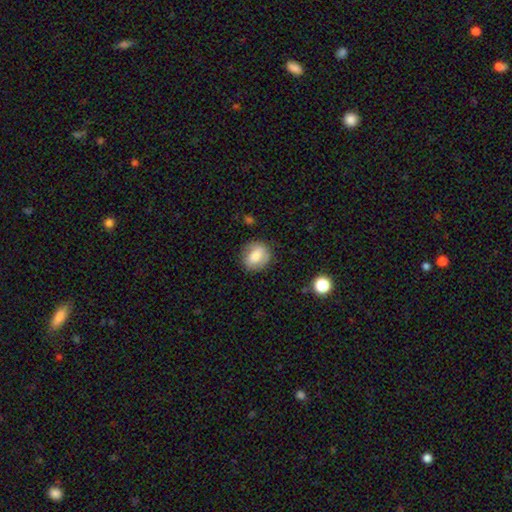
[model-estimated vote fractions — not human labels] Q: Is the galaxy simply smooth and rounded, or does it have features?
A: smooth — 72%.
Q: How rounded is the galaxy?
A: round — 73%.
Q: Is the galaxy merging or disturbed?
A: none — 82%.